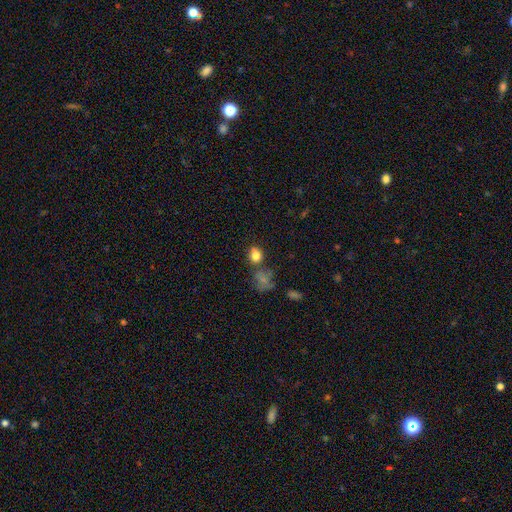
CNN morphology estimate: smooth_or_featured: smooth (p=0.80) [alt: star or artifact p=0.12]
how_rounded: round (p=0.61) [alt: in between p=0.38]
merging: none (p=0.60) [alt: merger p=0.19]